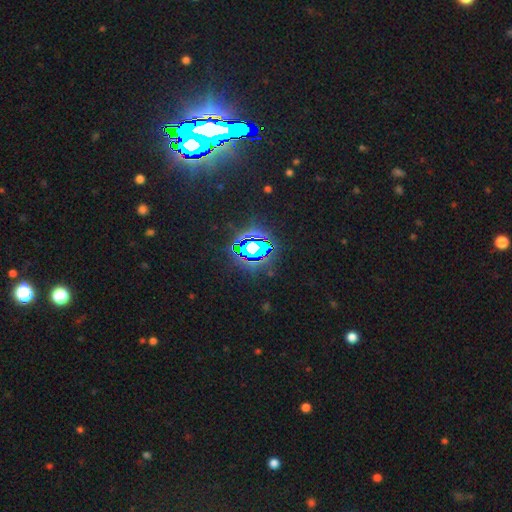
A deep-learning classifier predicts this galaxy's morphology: smooth-or-featured: star or artifact: 84% | smooth: 9% | featured or disk: 8%